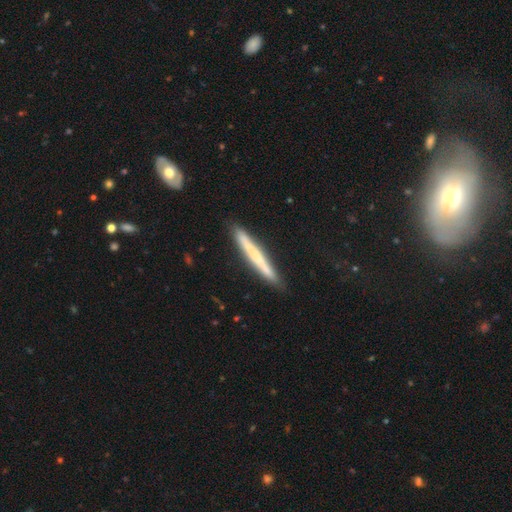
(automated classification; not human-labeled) Smooth or featured? featured or disk (47%, tied with smooth)
Merging? none (88%)